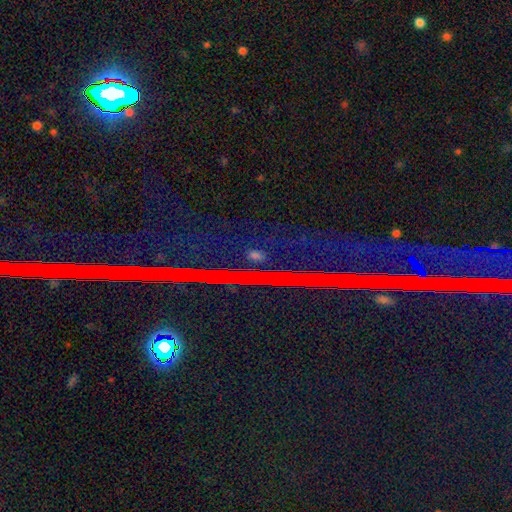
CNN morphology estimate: type=star or artifact (82%).